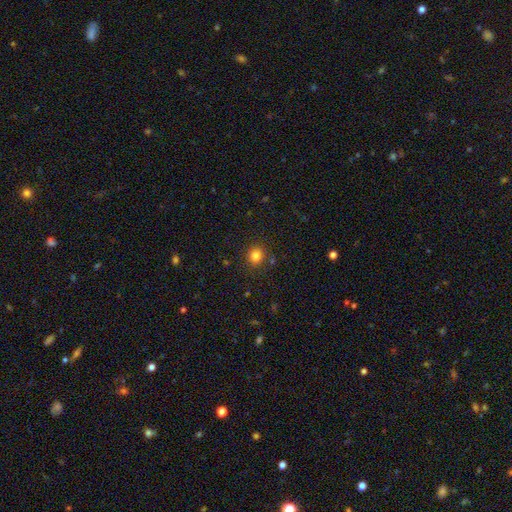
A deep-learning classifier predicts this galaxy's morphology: A smooth galaxy with no disk features (83%) that is round (88%). Merging: none (87%).